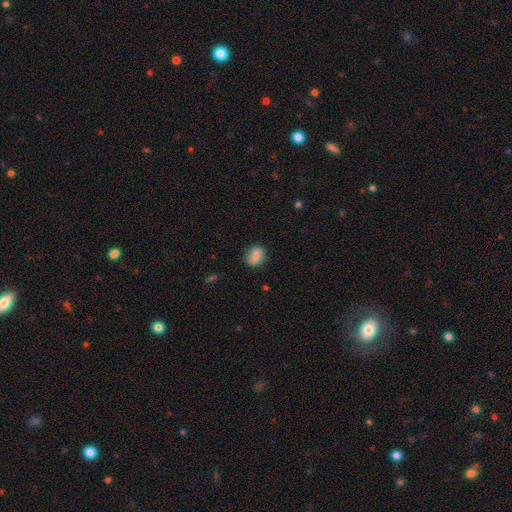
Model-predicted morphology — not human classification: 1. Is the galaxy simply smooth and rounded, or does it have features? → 77% smooth, 15% featured or disk, 9% star or artifact.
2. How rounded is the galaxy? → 51% in between, 47% round, 2% cigar-shaped.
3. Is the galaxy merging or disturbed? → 78% none, 16% minor disturbance, 4% major disturbance, 2% merger.